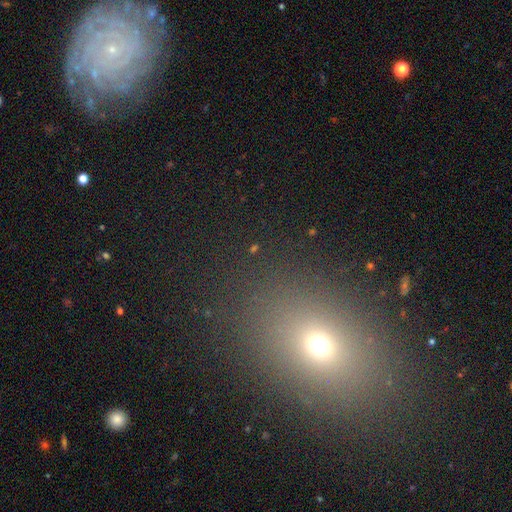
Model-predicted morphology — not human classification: The model was most divided on "smooth or featured": smooth: 47%, star or artifact: 31%, featured or disk: 23%. More confident: merging — none (86%).